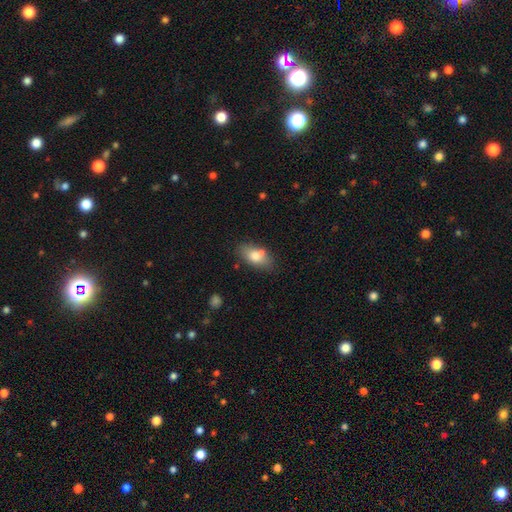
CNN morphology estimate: Smooth or featured: smooth — 76% (featured or disk — 16%)
How rounded: in between — 88% (round — 7%)
Merging: none — 69% (minor disturbance — 17%)